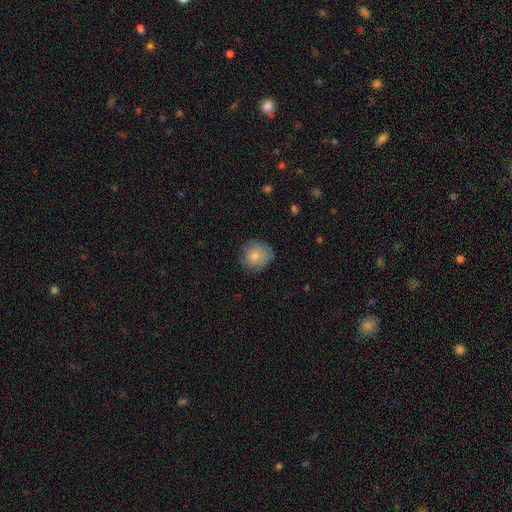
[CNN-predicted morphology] Smooth or featured: smooth — 81% (featured or disk — 12%)
How rounded: round — 86% (in between — 13%)
Merging: none — 75% (minor disturbance — 19%)